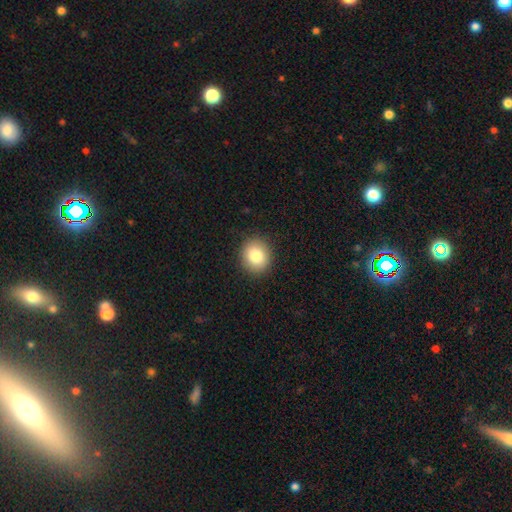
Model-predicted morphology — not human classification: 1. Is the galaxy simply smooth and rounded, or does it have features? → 84% smooth, 9% star or artifact, 7% featured or disk.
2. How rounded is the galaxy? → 77% round, 22% in between, 1% cigar-shaped.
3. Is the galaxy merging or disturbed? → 90% none, 7% minor disturbance, 2% major disturbance, 1% merger.